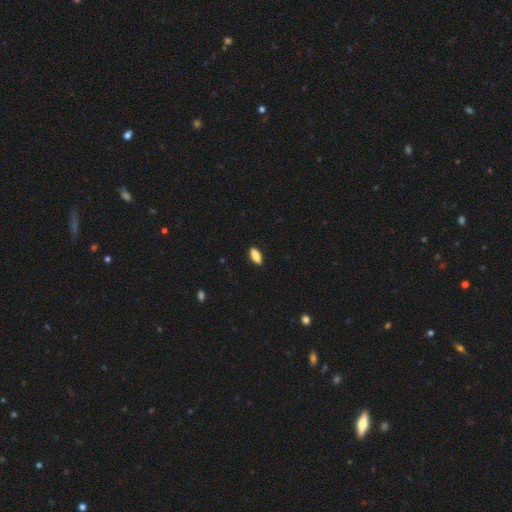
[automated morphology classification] Overall: smooth (87%). How rounded: in between (71%). Merging: none (90%).